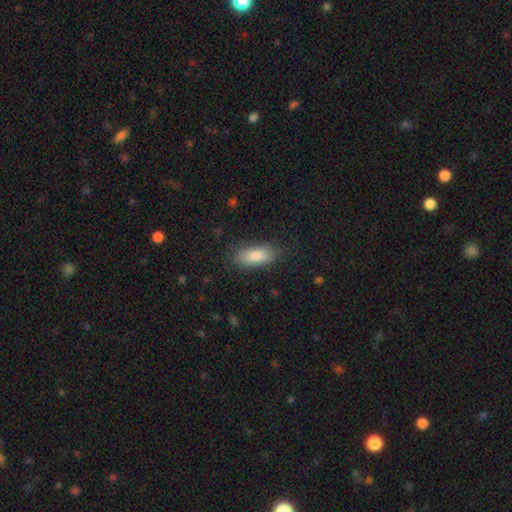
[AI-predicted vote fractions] Smooth or featured? smooth (84%)
How rounded? in between (82%)
Merging? none (84%)